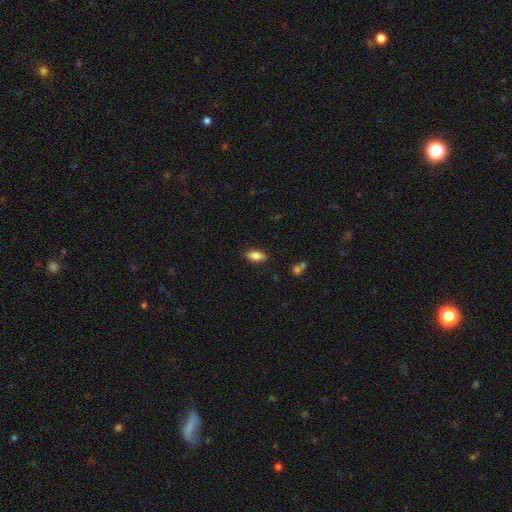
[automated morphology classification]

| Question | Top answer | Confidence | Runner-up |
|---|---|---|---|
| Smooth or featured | smooth | 83% | featured or disk (10%) |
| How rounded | in between | 85% | cigar-shaped (13%) |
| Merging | none | 86% | minor disturbance (10%) |